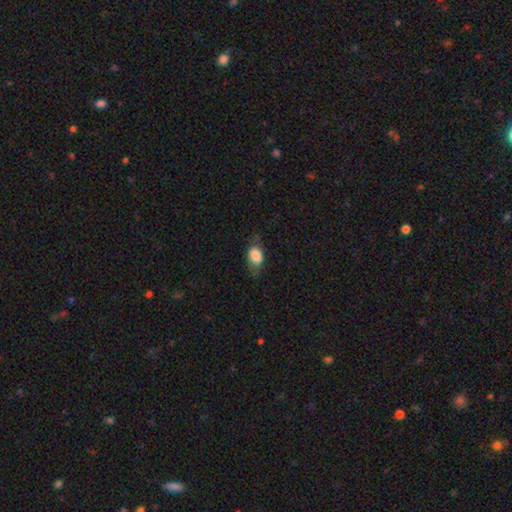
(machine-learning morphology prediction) Smooth or featured: smooth — 80% (featured or disk — 13%)
How rounded: in between — 83% (round — 14%)
Merging: none — 61% (minor disturbance — 26%)